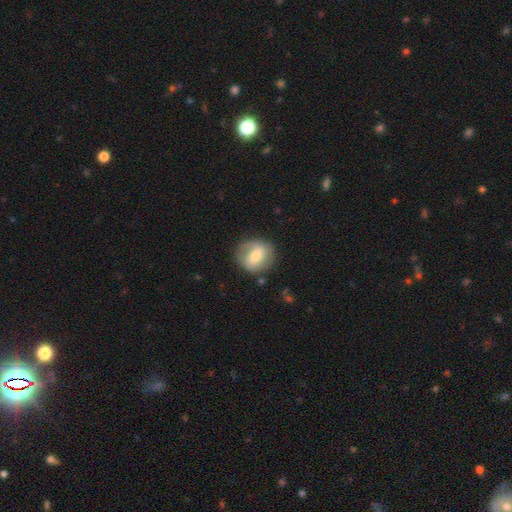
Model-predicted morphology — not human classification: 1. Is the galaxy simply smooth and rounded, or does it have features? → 52% smooth, 42% featured or disk, 7% star or artifact.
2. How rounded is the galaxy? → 76% round, 22% in between, 1% cigar-shaped.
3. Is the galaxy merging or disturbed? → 77% none, 15% minor disturbance, 6% major disturbance, 2% merger.